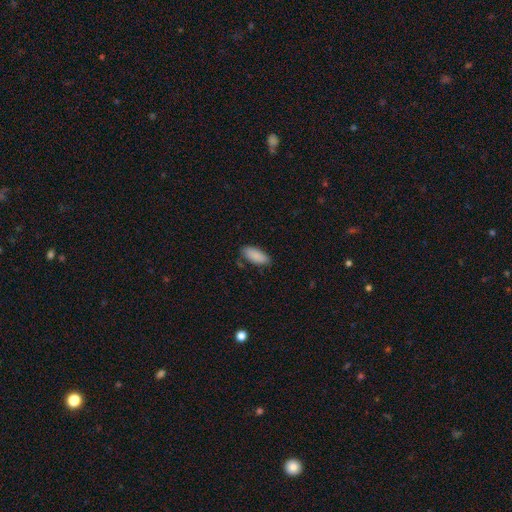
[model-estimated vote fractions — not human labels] A smooth galaxy with no disk features (88%) that is in between round and cigar-shaped (85%). Merging: none (79%).